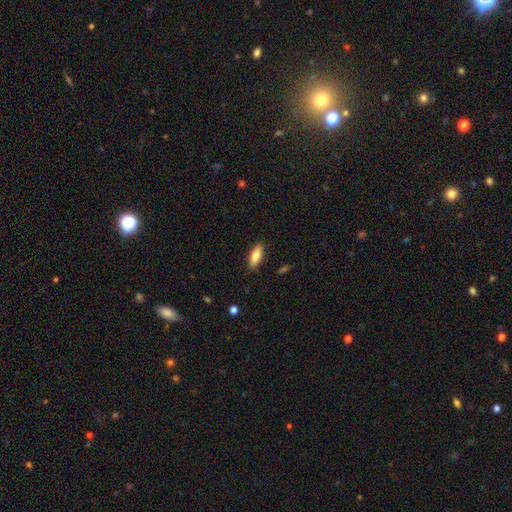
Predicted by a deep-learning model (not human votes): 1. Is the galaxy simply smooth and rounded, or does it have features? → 78% smooth, 16% featured or disk, 6% star or artifact.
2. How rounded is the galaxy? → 68% in between, 30% cigar-shaped, 2% round.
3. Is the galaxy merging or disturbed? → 88% none, 9% minor disturbance, 2% major disturbance, 1% merger.